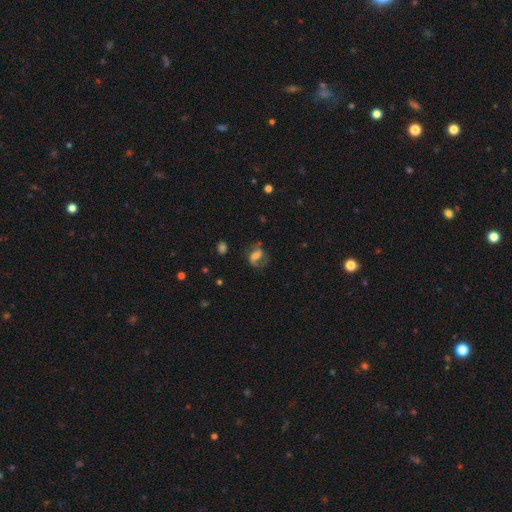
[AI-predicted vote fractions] smooth_or_featured: featured or disk (p=0.53) [alt: smooth p=0.36]
disk_edge_on: no (p=0.94) [alt: yes p=0.06]
bar: weak (p=0.37) [alt: strong p=0.35]
has_spiral_arms: yes (p=0.77) [alt: no p=0.23]
bulge_size: moderate (p=0.35) [alt: small p=0.25]
merging: none (p=0.56) [alt: minor disturbance p=0.21]